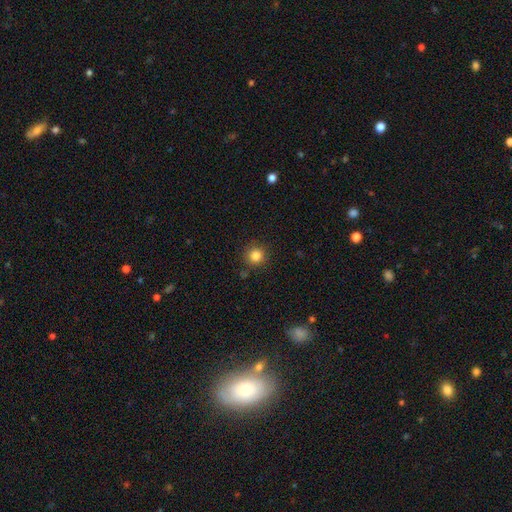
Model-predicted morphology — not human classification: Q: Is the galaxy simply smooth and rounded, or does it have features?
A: smooth — 84%.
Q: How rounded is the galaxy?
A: round — 93%.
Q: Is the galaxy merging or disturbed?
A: none — 88%.